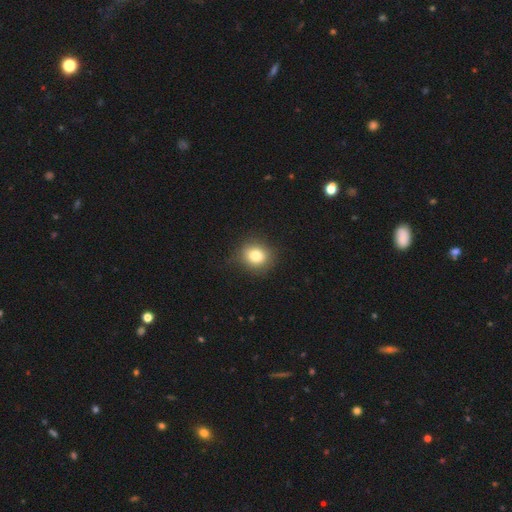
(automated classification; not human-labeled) smooth 80%, star or artifact 11%, featured or disk 9%. Down the decision tree: how rounded — round (77%); merging — none (85%).